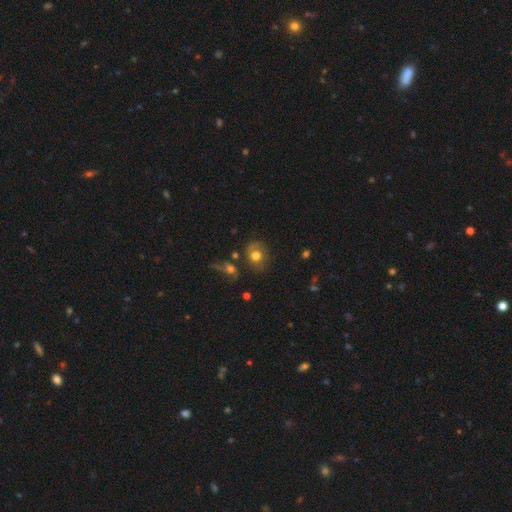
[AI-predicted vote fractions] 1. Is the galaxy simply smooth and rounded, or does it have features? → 71% smooth, 18% featured or disk, 11% star or artifact.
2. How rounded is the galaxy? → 66% round, 33% in between, 1% cigar-shaped.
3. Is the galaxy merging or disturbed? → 67% none, 17% minor disturbance, 8% merger, 7% major disturbance.